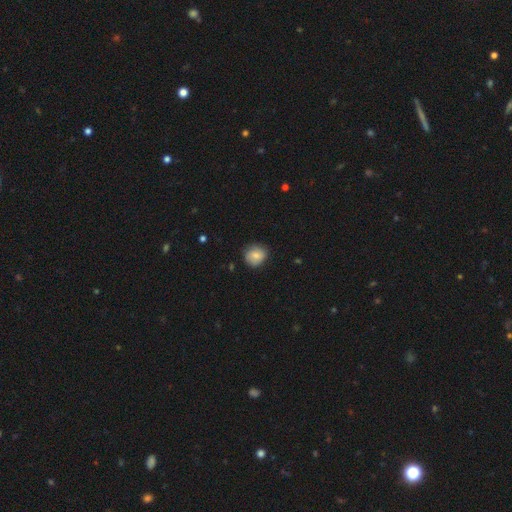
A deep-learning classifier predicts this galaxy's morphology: A smooth galaxy with no disk features (75%) that is round (76%). Merging: none (77%).